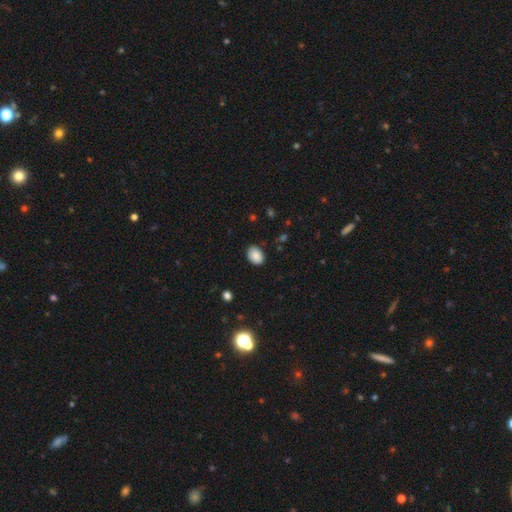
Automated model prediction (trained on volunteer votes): This is clearly a smooth galaxy (88%). How rounded: likely in between (75%). Merging: clearly none (86%).